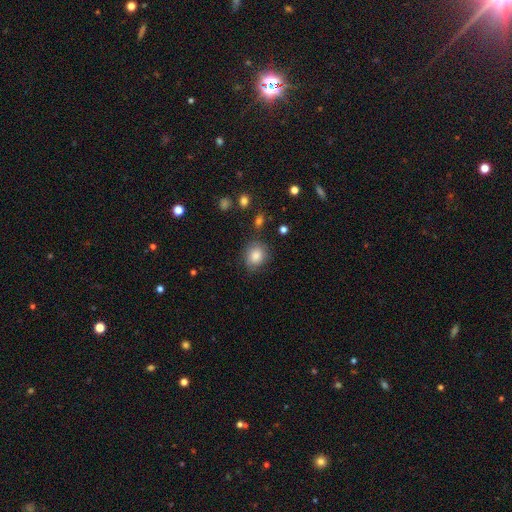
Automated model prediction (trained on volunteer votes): This is clearly a smooth galaxy (82%). How rounded: likely round (62%). Merging: likely none (71%).